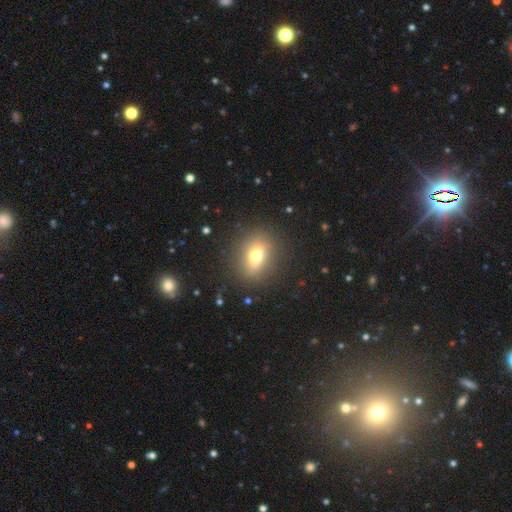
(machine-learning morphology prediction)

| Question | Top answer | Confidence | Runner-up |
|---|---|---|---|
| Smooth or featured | smooth | 67% | featured or disk (19%) |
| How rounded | round | 56% | in between (42%) |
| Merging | none | 84% | minor disturbance (10%) |